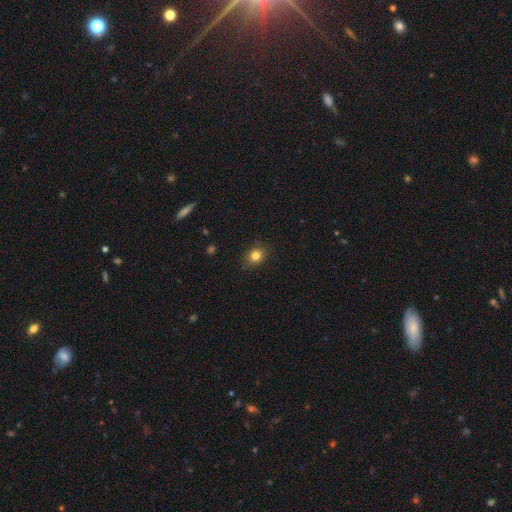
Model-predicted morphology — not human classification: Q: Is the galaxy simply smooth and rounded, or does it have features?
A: smooth — 83%.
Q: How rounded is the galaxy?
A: round — 54%.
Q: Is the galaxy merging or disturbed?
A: none — 85%.